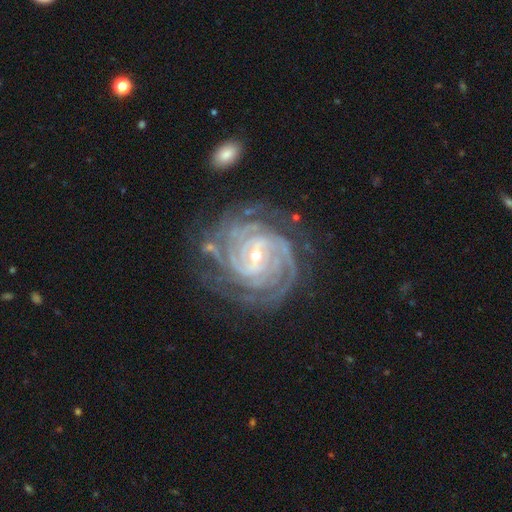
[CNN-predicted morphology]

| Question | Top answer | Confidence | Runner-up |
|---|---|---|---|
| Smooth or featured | featured or disk | 93% | star or artifact (4%) |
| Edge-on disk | no | 98% | yes (2%) |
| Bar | weak | 46% | strong (28%) |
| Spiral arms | yes | 99% | no (1%) |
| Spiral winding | tight | 81% | medium (17%) |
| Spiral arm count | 4 | 35% | 3 (20%) |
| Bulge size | small | 70% | moderate (27%) |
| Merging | none | 73% | minor disturbance (17%) |